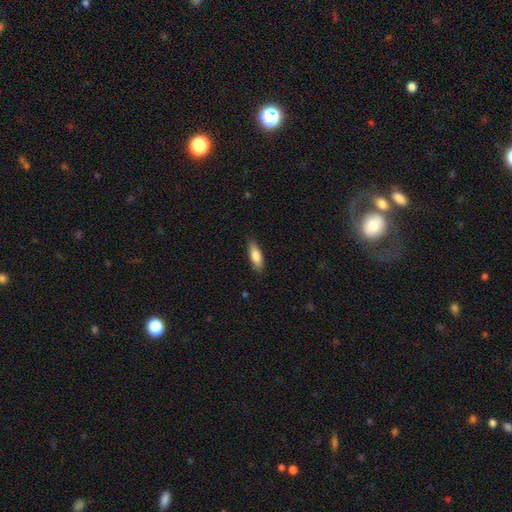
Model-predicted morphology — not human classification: Smooth or featured? Predicted: smooth (p=0.80). How rounded? Predicted: in between (p=0.58). Merging? Predicted: none (p=0.81).